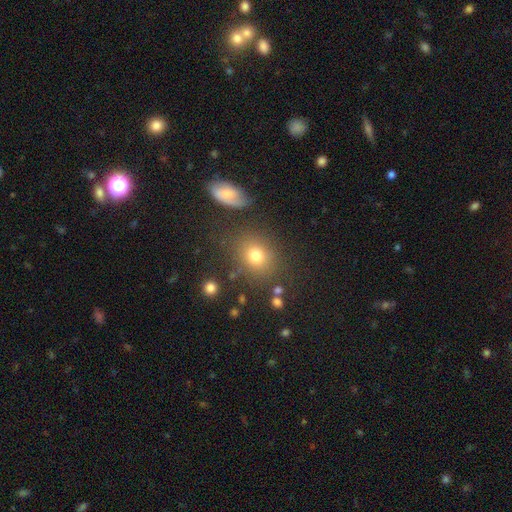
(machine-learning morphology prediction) Smooth or featured? smooth (75%)
How rounded? round (61%)
Merging? none (76%)